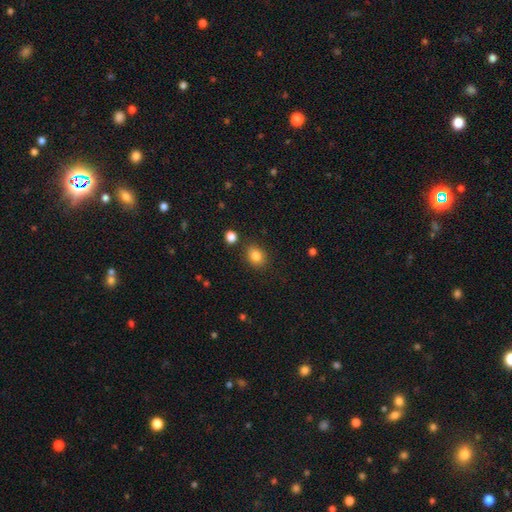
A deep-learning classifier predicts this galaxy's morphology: Smooth or featured?
  - smooth: 84% *
  - star or artifact: 10%
  - featured or disk: 6%
How rounded?
  - round: 52% *
  - in between: 47%
  - cigar-shaped: 1%
Merging?
  - none: 83% *
  - minor disturbance: 10%
  - merger: 4%
  - major disturbance: 3%